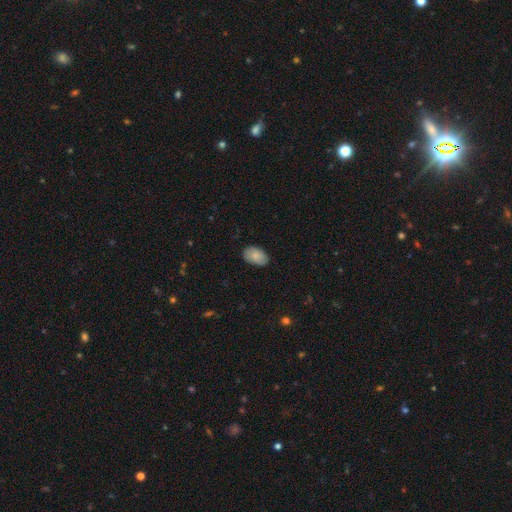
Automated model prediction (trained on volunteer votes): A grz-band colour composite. It shows a smooth galaxy with no disk features (83%) that is in between round and cigar-shaped (91%). Merging: none (82%).